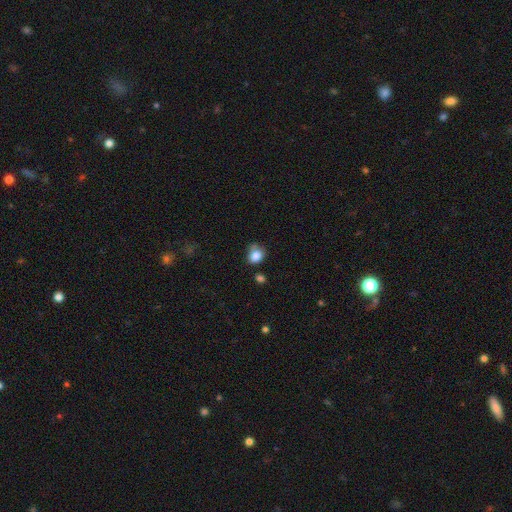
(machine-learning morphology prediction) A smooth galaxy with no disk features (82%) that is round (61%). Merging: none (52%).